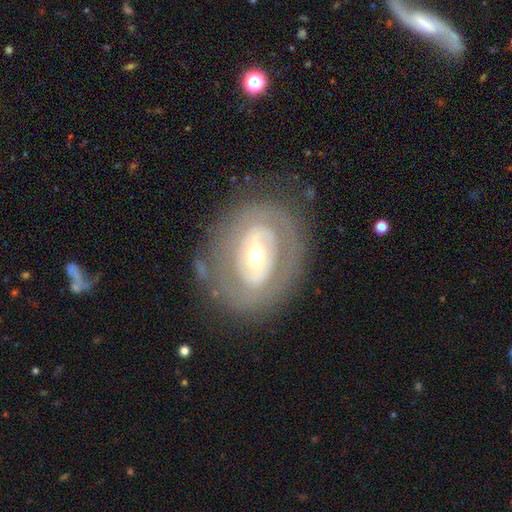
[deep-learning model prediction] Smooth or featured: featured or disk — 72% (smooth — 22%)
Edge-on disk: no — 94% (yes — 6%)
Bar: no — 45% (weak — 31%)
Spiral arms: no — 59% (yes — 41%)
Bulge size: moderate — 57% (small — 35%)
Merging: none — 74% (minor disturbance — 15%)